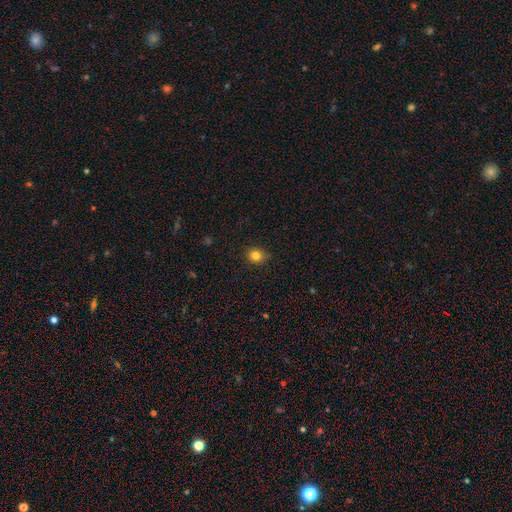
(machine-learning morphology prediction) A smooth galaxy with no disk features (83%) that is round (71%).

Vote fractions:
- Smooth or featured? smooth: 83% / star or artifact: 12% / featured or disk: 6%
- How rounded? round: 71% / in between: 28% / cigar-shaped: 1%
- Merging? none: 86% / minor disturbance: 11% / major disturbance: 2% / merger: 1%